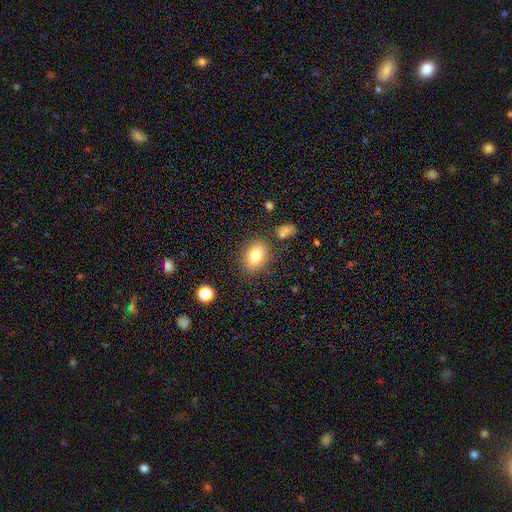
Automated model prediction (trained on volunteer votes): Smooth or featured? smooth (79%)
How rounded? in between (71%)
Merging? none (80%)